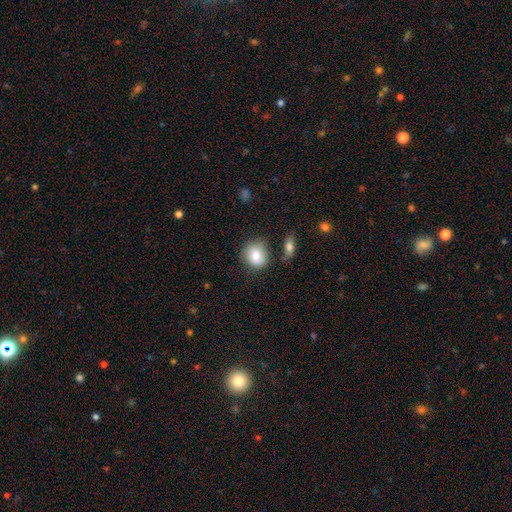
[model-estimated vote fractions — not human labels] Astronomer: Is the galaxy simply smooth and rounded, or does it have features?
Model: smooth — 82%.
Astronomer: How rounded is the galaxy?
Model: round — 74%.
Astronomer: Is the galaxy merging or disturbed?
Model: none — 70%.